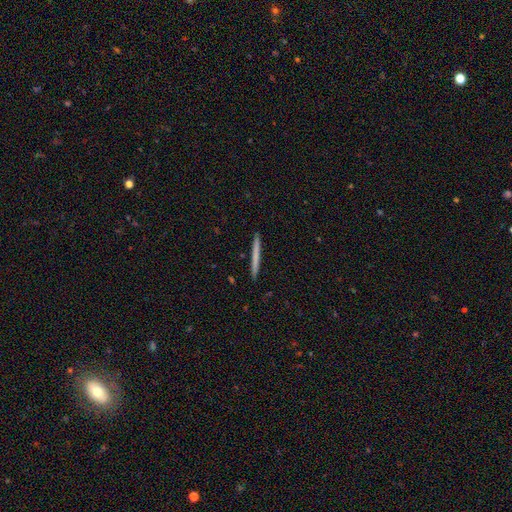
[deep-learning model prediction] smooth 63%, featured or disk 31%, star or artifact 5%. Down the decision tree: how rounded — cigar-shaped (97%); merging — none (92%).